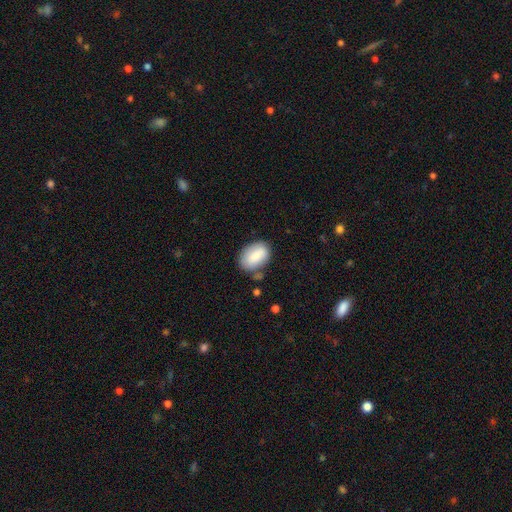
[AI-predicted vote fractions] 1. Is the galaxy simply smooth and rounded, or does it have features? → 84% smooth, 10% featured or disk, 6% star or artifact.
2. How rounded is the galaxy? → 89% in between, 10% round, 1% cigar-shaped.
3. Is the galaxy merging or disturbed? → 71% none, 19% minor disturbance, 5% merger, 5% major disturbance.